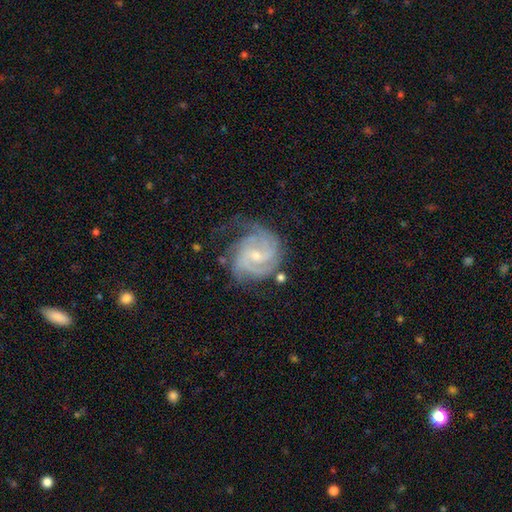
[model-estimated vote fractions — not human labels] Smooth or featured? Predicted: featured or disk (p=0.90). Edge-on disk? Predicted: no (p=0.98). Bar? Predicted: weak (p=0.45). Spiral arms? Predicted: yes (p=0.98). Spiral winding? Predicted: tight (p=0.55). Spiral arm count? Predicted: 3 (p=0.38). Bulge size? Predicted: small (p=0.68). Merging? Predicted: none (p=0.59).